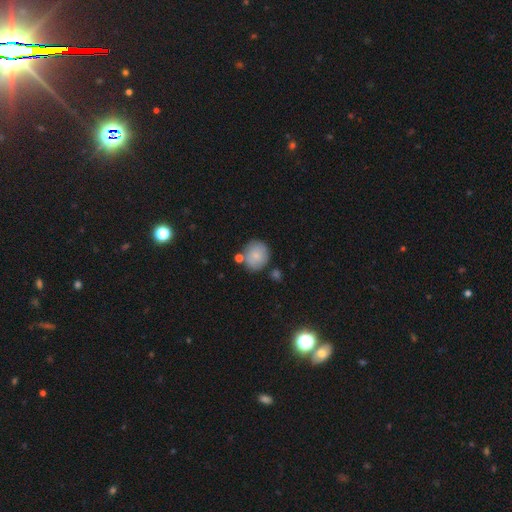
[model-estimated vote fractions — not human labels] Smooth or featured?
  - smooth: 80% *
  - featured or disk: 12%
  - star or artifact: 8%
How rounded?
  - round: 77% *
  - in between: 22%
  - cigar-shaped: 1%
Merging?
  - none: 71% *
  - minor disturbance: 15%
  - merger: 11%
  - major disturbance: 4%